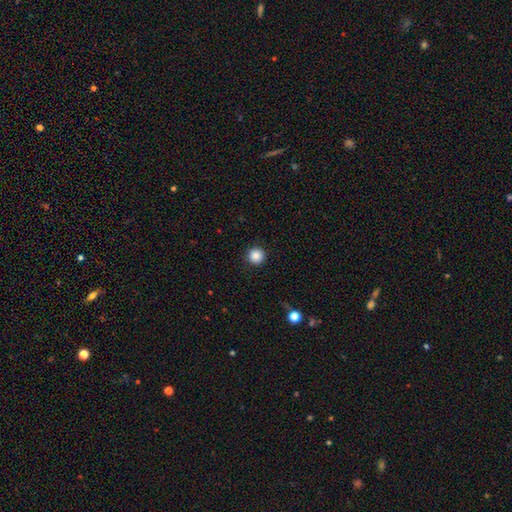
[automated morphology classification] This appears to be a smooth galaxy with no disk features (86%) that is round (96%). Merging: none (92%).